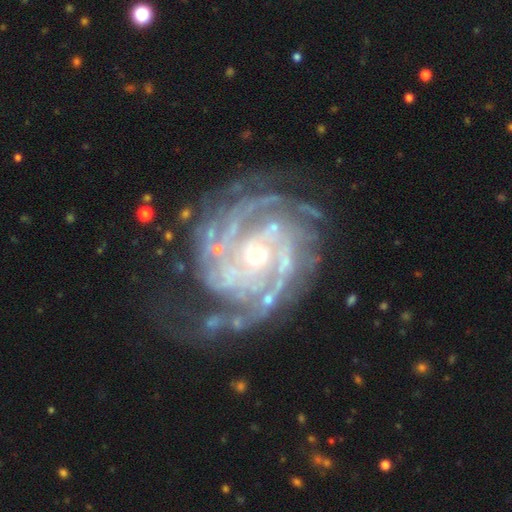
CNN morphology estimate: featured or disk 92%, star or artifact 5%, smooth 3%. Down the decision tree: edge-on disk — no (98%); bar — no (66%); spiral arms — yes (98%); spiral arm count — 2 (33%); spiral winding — tight (68%); bulge size — small (50%); merging — none (68%).